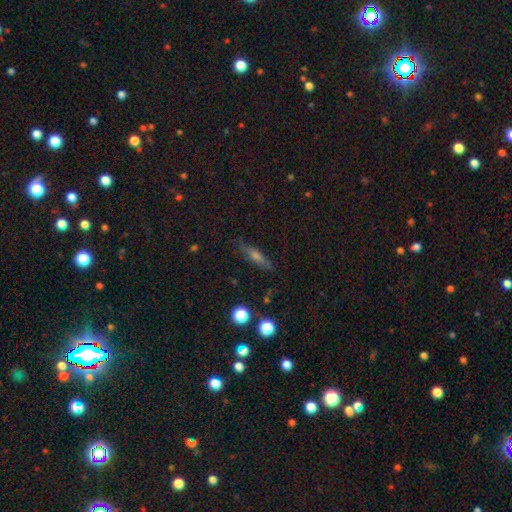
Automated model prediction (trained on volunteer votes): Smooth or featured? featured or disk (49%)
Merging? none (85%)